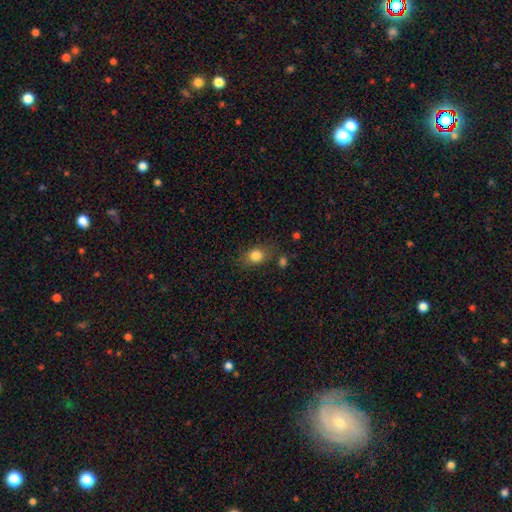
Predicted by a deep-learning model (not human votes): Morphology: type=smooth (82%); roundness=in between (53%); merging=none (74%).